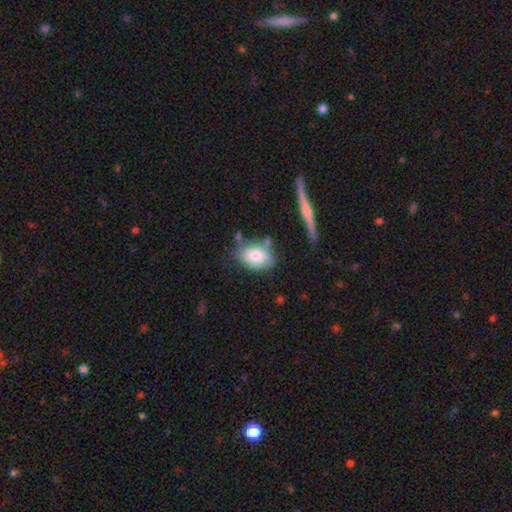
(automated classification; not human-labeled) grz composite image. It shows a smooth galaxy with no disk features (76%) that is in between round and cigar-shaped (74%). Merging: none (61%).